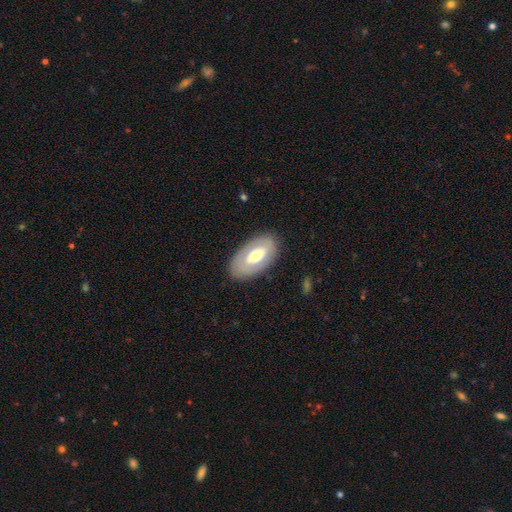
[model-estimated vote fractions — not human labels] Morphology: type=featured or disk (50%); edge-on=no (87%); merging=none (83%).